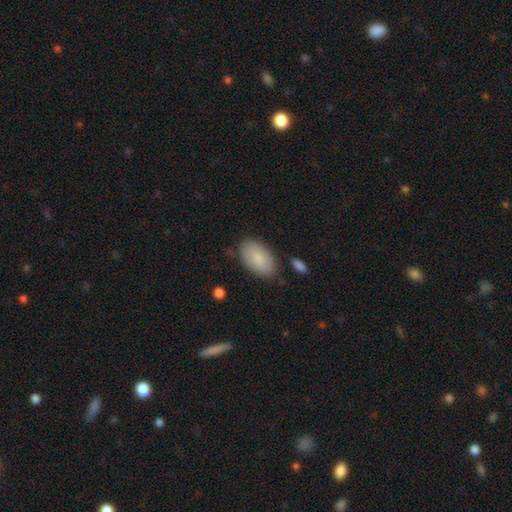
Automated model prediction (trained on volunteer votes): The model was most divided on "merging": none: 81%, minor disturbance: 13%, major disturbance: 3%, merger: 2%. More confident: how rounded — in between (94%); smooth or featured — smooth (84%).